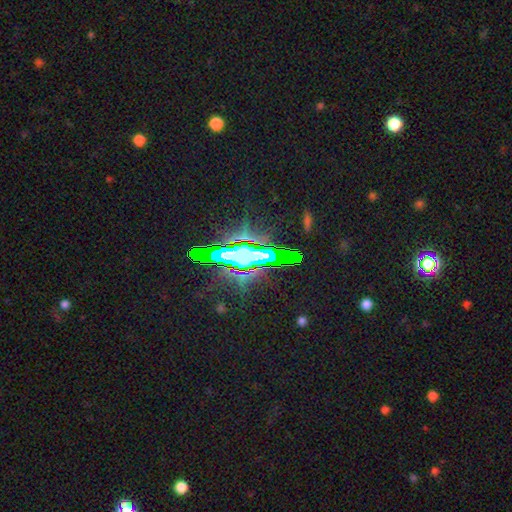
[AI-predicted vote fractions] star or artifact 71%, featured or disk 15%, smooth 14%.